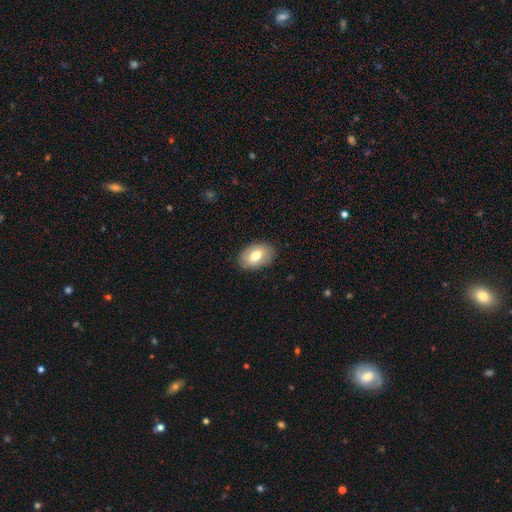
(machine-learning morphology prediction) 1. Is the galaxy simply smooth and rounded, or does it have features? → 72% smooth, 20% featured or disk, 7% star or artifact.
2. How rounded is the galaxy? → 88% in between, 10% round, 1% cigar-shaped.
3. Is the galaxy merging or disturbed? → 86% none, 10% minor disturbance, 3% major disturbance, 1% merger.